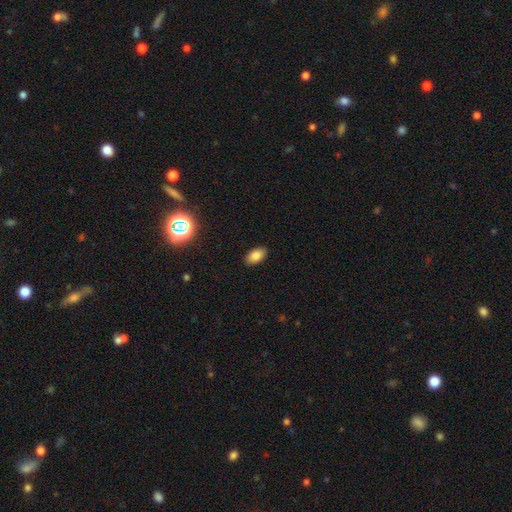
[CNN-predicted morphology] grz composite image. It shows a smooth galaxy with no disk features (84%) that is in between round and cigar-shaped (93%). Merging: none (90%).